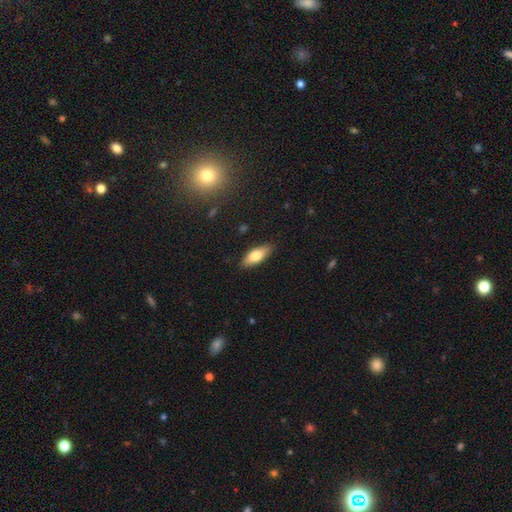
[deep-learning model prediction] Smooth or featured? Predicted: smooth (p=0.73). How rounded? Predicted: in between (p=0.71). Merging? Predicted: none (p=0.86).